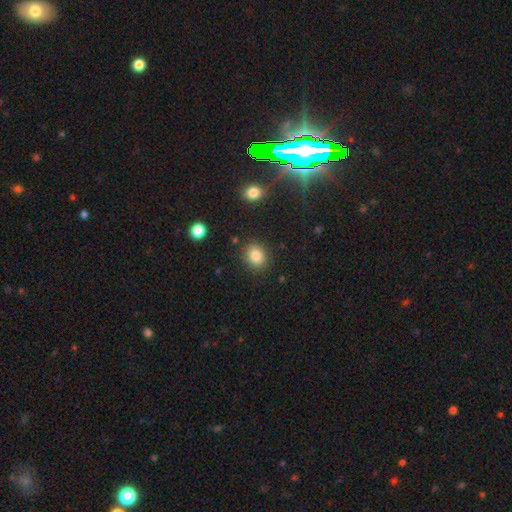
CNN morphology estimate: Smooth or featured? Predicted: smooth (p=0.84). How rounded? Predicted: round (p=0.61). Merging? Predicted: none (p=0.86).